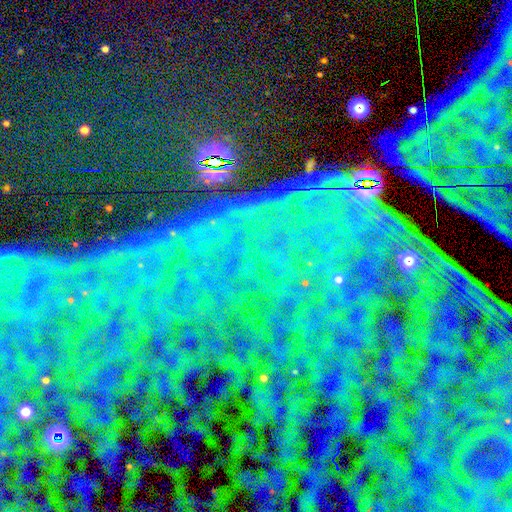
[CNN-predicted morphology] This appears to be a star or artifact, not a galaxy (85%).